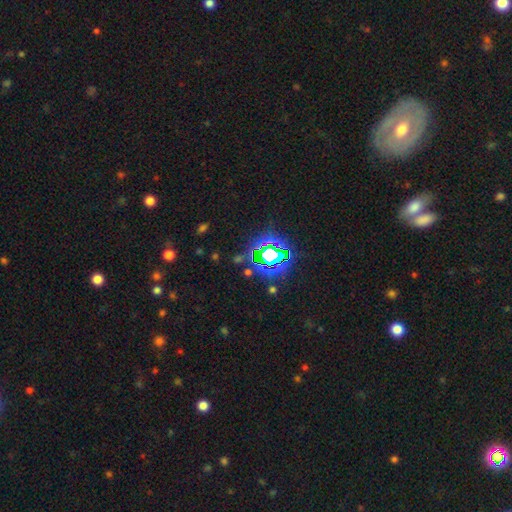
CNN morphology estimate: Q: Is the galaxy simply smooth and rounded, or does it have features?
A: star or artifact — 78%.